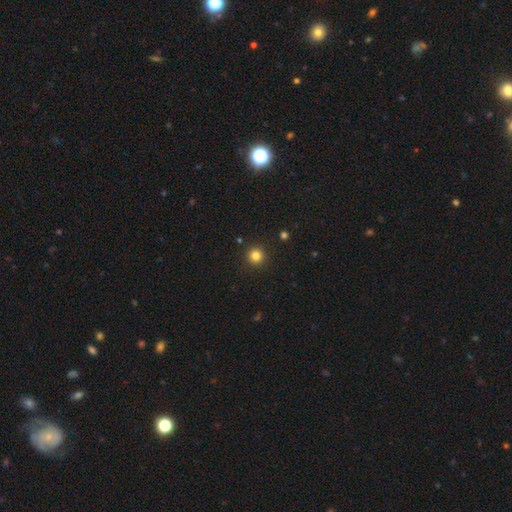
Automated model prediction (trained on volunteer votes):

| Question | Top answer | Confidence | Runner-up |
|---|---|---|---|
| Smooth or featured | smooth | 82% | star or artifact (13%) |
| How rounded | round | 95% | in between (4%) |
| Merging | none | 92% | minor disturbance (5%) |